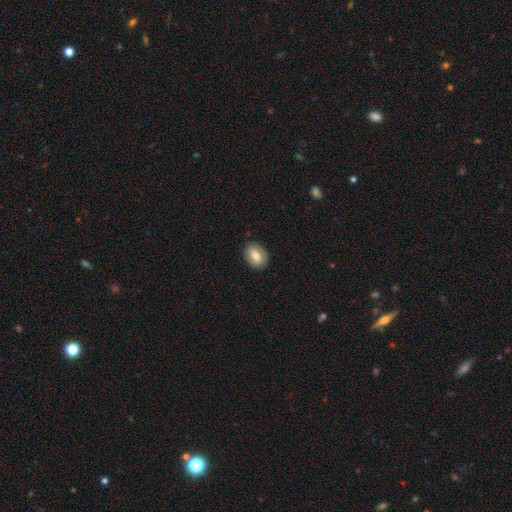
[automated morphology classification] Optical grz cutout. It shows a smooth galaxy with no disk features (73%) that is in between round and cigar-shaped (67%). Merging: none (86%).